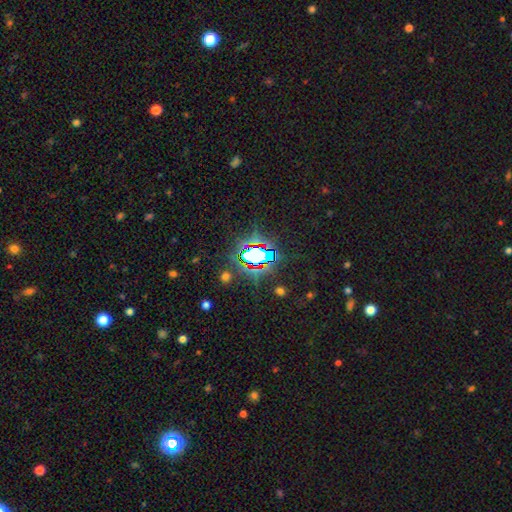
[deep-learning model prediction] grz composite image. It shows a star or artifact, not a galaxy (72%).